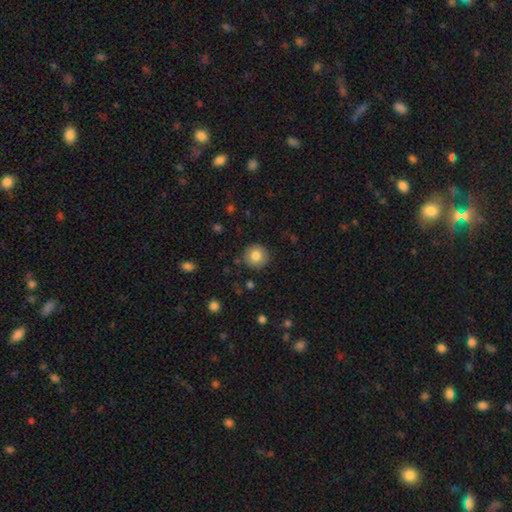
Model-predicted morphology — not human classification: smooth 82%, star or artifact 9%, featured or disk 9%. Down the decision tree: how rounded — round (94%); merging — none (88%).